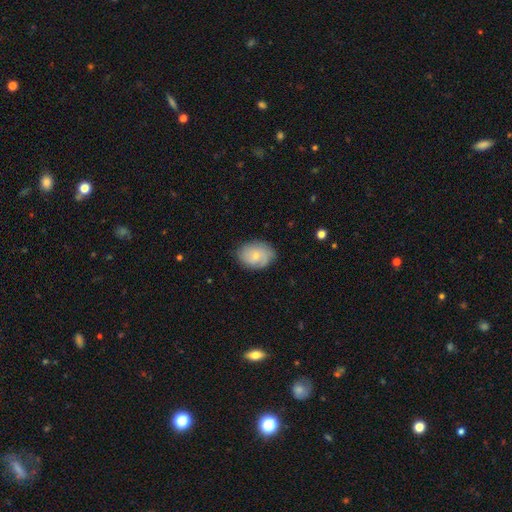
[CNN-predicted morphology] Q: Smooth or featured?
A: smooth (57%); runner-up: featured or disk (36%)
Q: How rounded?
A: in between (70%); runner-up: round (29%)
Q: Merging?
A: none (76%); runner-up: minor disturbance (19%)